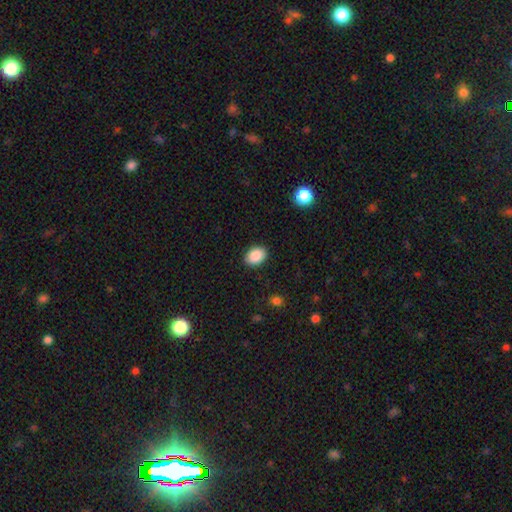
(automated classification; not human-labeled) Smooth or featured? Predicted: smooth (p=0.89). How rounded? Predicted: in between (p=0.75). Merging? Predicted: none (p=0.88).